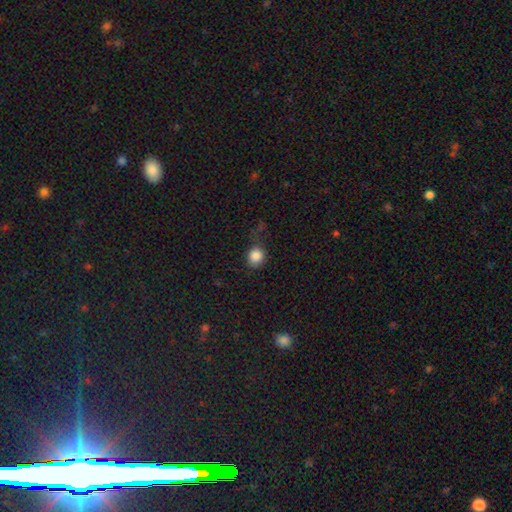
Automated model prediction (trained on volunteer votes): Morphology: type=smooth (85%); roundness=round (79%); merging=none (66%).